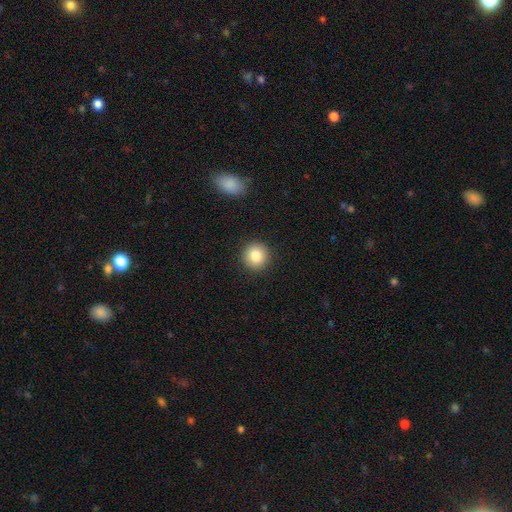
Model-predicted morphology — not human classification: Smooth or featured?
  - smooth: 84% *
  - star or artifact: 9%
  - featured or disk: 7%
How rounded?
  - round: 93% *
  - in between: 6%
  - cigar-shaped: 1%
Merging?
  - none: 92% *
  - minor disturbance: 5%
  - major disturbance: 2%
  - merger: 1%